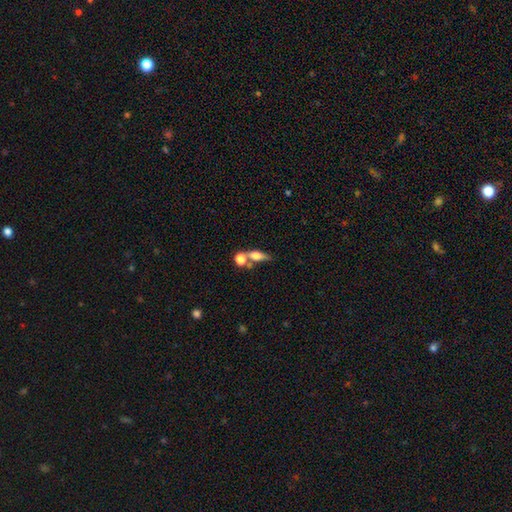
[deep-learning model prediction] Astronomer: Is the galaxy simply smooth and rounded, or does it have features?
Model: smooth — 60%.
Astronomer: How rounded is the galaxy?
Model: in between — 54%.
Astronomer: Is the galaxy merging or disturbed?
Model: none — 45% (runner-up: merger, 37%).